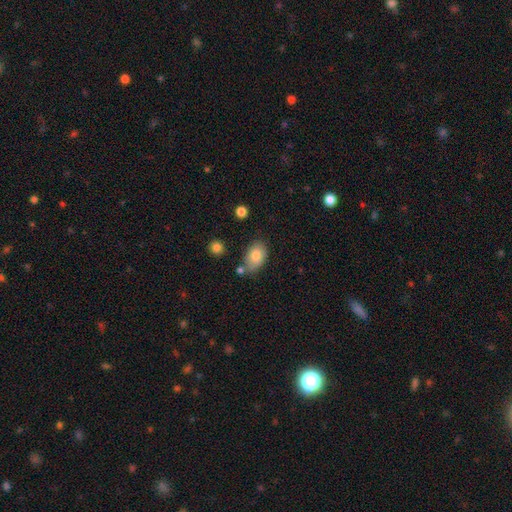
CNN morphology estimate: This appears to be a smooth galaxy with no disk features (81%) that is in between round and cigar-shaped (86%). Merging: none (66%).